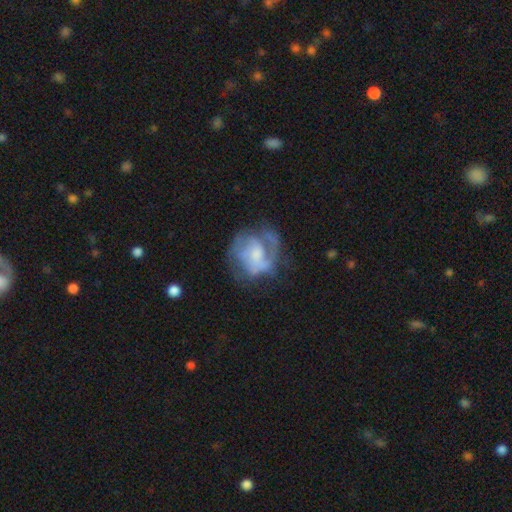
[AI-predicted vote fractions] Q: Smooth or featured?
A: featured or disk (68%); runner-up: smooth (24%)
Q: Edge-on disk?
A: no (98%); runner-up: yes (2%)
Q: Bar?
A: no (63%); runner-up: weak (30%)
Q: Spiral arms?
A: yes (71%); runner-up: no (29%)
Q: Bulge size?
A: small (36%); runner-up: moderate (33%)
Q: Merging?
A: none (49%); runner-up: major disturbance (26%)